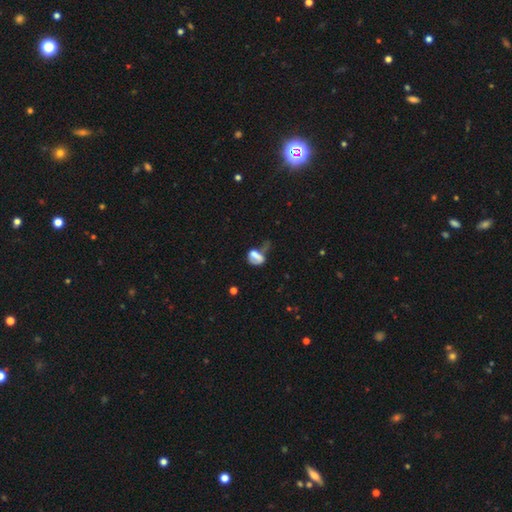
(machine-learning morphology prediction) smooth_or_featured: smooth (p=0.55) [alt: featured or disk p=0.28]
how_rounded: in between (p=0.64) [alt: round p=0.26]
merging: major disturbance (p=0.31) [alt: none p=0.30]